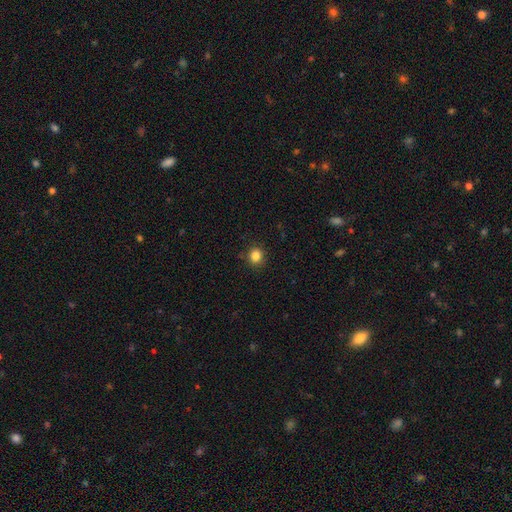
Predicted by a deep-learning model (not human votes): Smooth or featured? Predicted: smooth (p=0.85). How rounded? Predicted: round (p=0.83). Merging? Predicted: none (p=0.88).